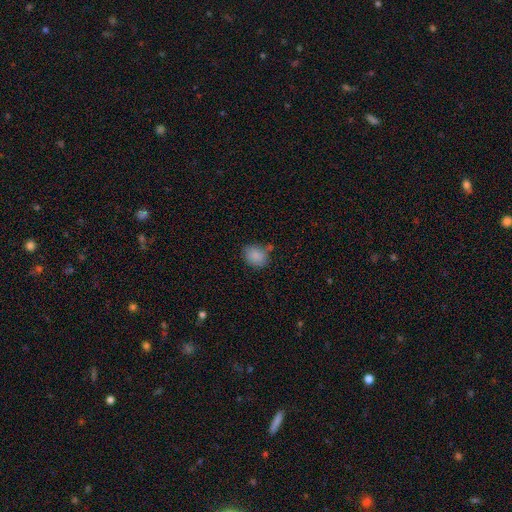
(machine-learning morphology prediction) smooth-or-featured: smooth: 87% | star or artifact: 9% | featured or disk: 5%
  how-rounded: in between: 53% | round: 46% | cigar-shaped: 1%
  merging: none: 68% | minor disturbance: 20% | merger: 8% | major disturbance: 5%